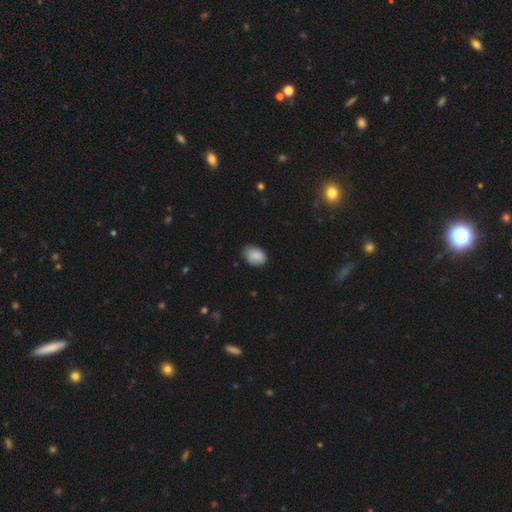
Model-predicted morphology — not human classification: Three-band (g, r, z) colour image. It shows a smooth galaxy with no disk features (86%) that is in between round and cigar-shaped (82%). Merging: none (71%).